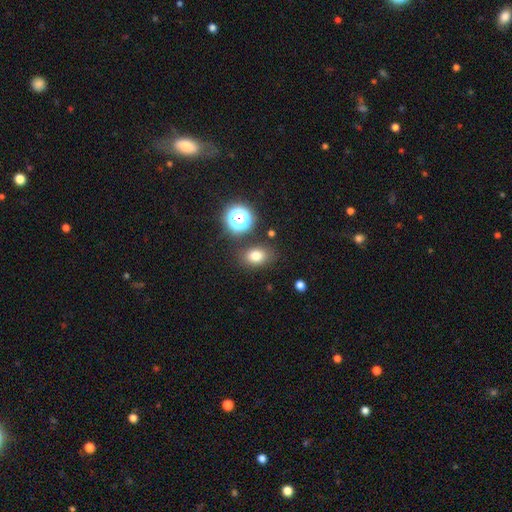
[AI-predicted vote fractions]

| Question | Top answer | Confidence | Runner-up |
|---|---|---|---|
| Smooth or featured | smooth | 78% | star or artifact (14%) |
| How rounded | in between | 69% | round (30%) |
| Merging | none | 79% | minor disturbance (12%) |